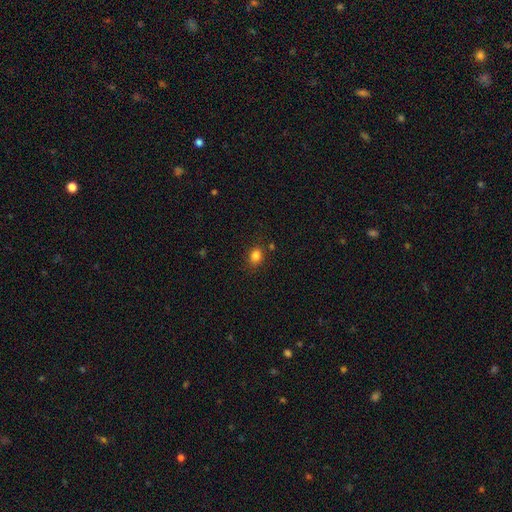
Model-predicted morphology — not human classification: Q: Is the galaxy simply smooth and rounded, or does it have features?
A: smooth — 83%.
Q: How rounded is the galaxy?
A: round — 51%.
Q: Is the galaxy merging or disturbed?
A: none — 80%.